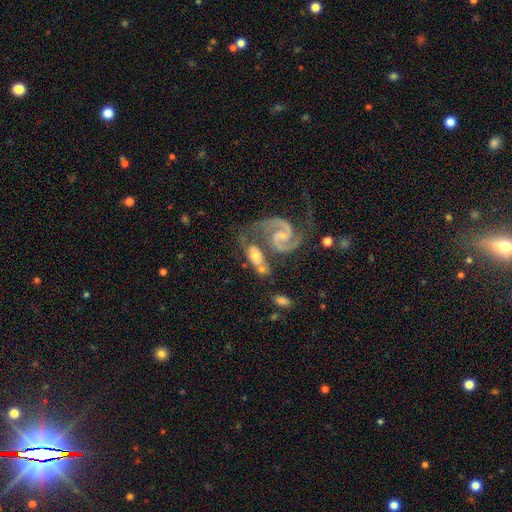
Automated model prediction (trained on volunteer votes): Smooth or featured? Predicted: featured or disk (p=0.67). Edge-on disk? Predicted: no (p=0.95). Bar? Predicted: no (p=0.55). Spiral arms? Predicted: yes (p=0.91). Spiral winding? Predicted: medium (p=0.55). Spiral arm count? Predicted: 2 (p=0.88). Bulge size? Predicted: small (p=0.53). Merging? Predicted: merger (p=0.39).